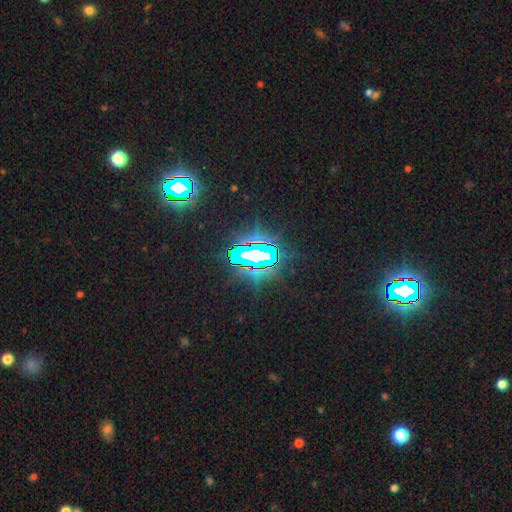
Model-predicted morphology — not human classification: The model was most divided on "smooth or featured": star or artifact: 79%, featured or disk: 12%, smooth: 10%.